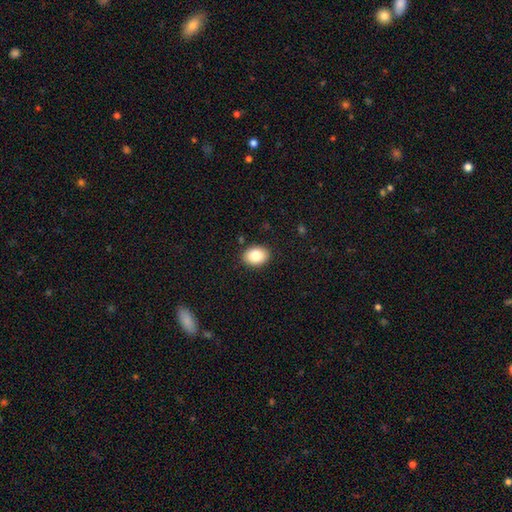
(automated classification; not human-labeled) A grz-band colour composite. It shows a smooth galaxy with no disk features (84%) that is in between round and cigar-shaped (69%). Merging: none (89%).